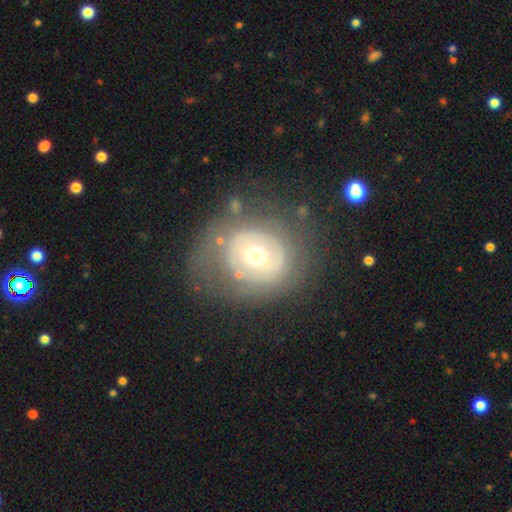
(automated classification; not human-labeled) smooth-or-featured: featured or disk: 57% | smooth: 35% | star or artifact: 8%
  disk-edge-on: no: 96% | yes: 4%
    bar: no: 78% | weak: 17% | strong: 5%
    has-spiral-arms: no: 68% | yes: 32%
    bulge-size: moderate: 65% | small: 26% | large: 7% | dominant: 1% | none: 1%
  merging: none: 57% | minor disturbance: 21% | major disturbance: 18% | merger: 4%